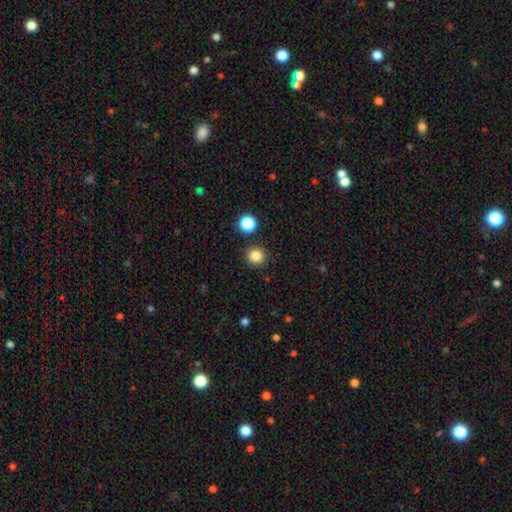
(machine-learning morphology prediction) smooth_or_featured: smooth (p=0.84) [alt: star or artifact p=0.12]
how_rounded: round (p=0.93) [alt: in between p=0.06]
merging: none (p=0.90) [alt: minor disturbance p=0.05]